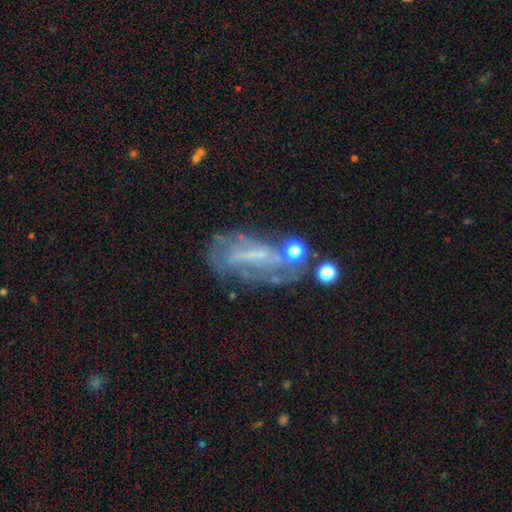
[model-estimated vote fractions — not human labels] smooth_or_featured: featured or disk (p=0.64) [alt: smooth p=0.22]
disk_edge_on: no (p=0.88) [alt: yes p=0.12]
bar: no (p=0.36) [alt: strong p=0.34]
has_spiral_arms: yes (p=0.51) [alt: no p=0.49]
bulge_size: none (p=0.51) [alt: small p=0.33]
merging: none (p=0.40) [alt: major disturbance p=0.27]